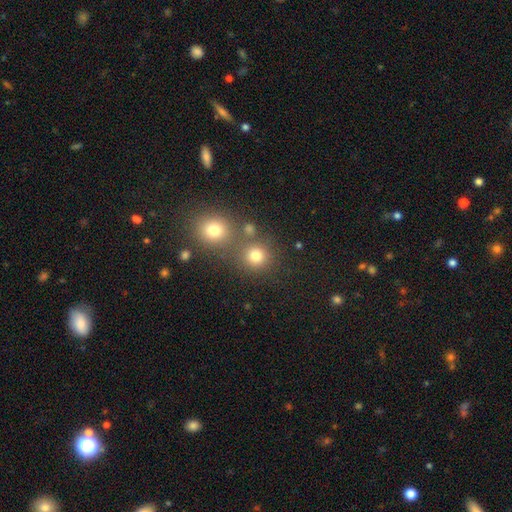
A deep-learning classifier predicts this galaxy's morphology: The model was most divided on "merging": none: 69%, merger: 21%, minor disturbance: 7%, major disturbance: 4%. More confident: how rounded — round (90%); smooth or featured — smooth (78%).